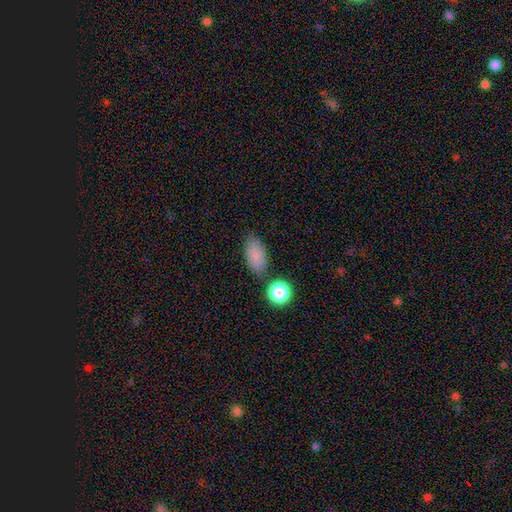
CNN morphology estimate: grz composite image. It shows a smooth galaxy with no disk features (85%) that is in between round and cigar-shaped (90%). Merging: none (75%).